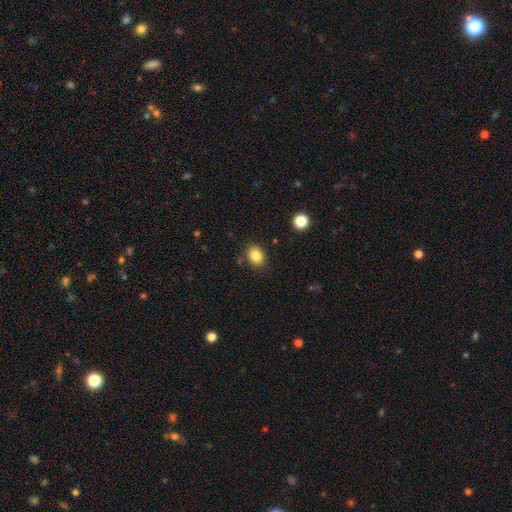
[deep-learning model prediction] Smooth or featured: smooth — 85% (star or artifact — 10%)
How rounded: in between — 54% (round — 46%)
Merging: none — 83% (minor disturbance — 11%)